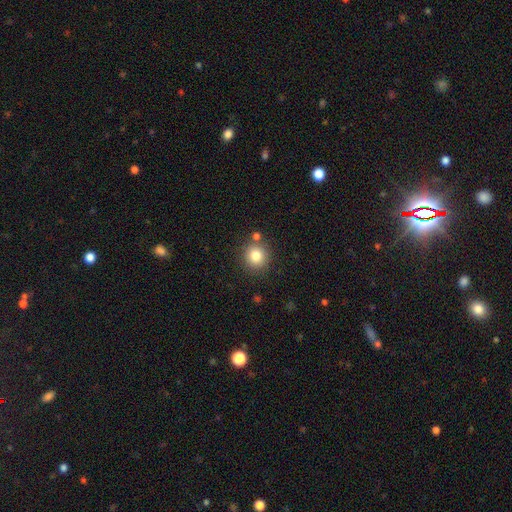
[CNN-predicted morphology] Q: Smooth or featured?
A: smooth (81%); runner-up: star or artifact (11%)
Q: How rounded?
A: round (90%); runner-up: in between (9%)
Q: Merging?
A: none (81%); runner-up: minor disturbance (9%)